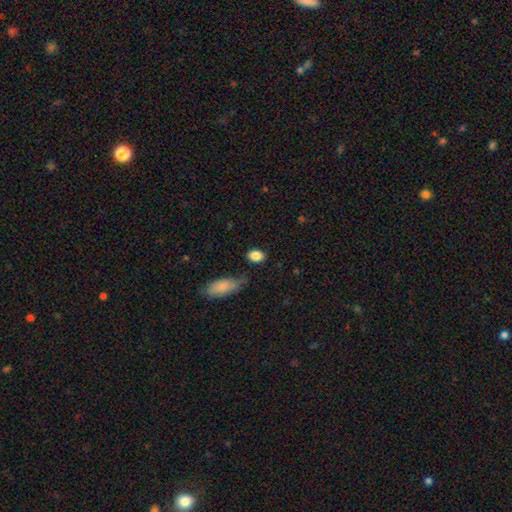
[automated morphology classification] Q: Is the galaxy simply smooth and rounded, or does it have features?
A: smooth — 87%.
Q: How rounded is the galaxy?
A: in between — 78%.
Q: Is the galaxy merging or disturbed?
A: none — 77%.